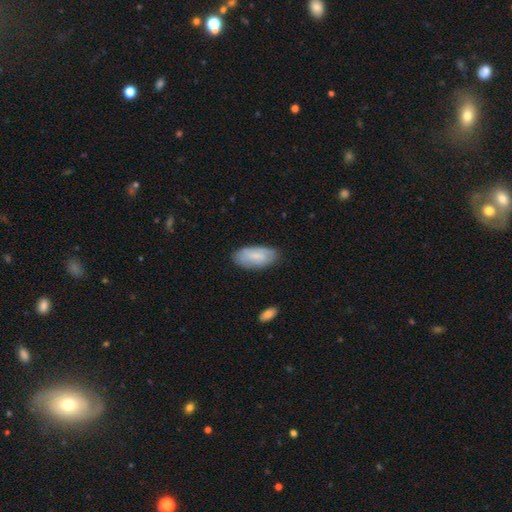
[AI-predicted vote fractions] A smooth galaxy with no disk features (71%) that is in between round and cigar-shaped (91%).

Vote fractions:
- Smooth or featured? smooth: 71% / featured or disk: 23% / star or artifact: 6%
- How rounded? in between: 91% / cigar-shaped: 7% / round: 2%
- Merging? none: 79% / minor disturbance: 16% / major disturbance: 3% / merger: 1%